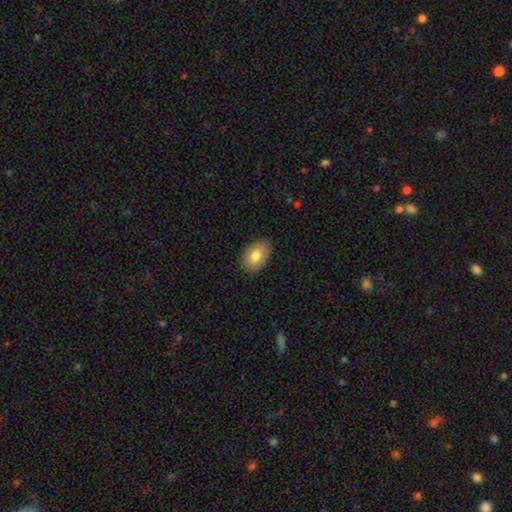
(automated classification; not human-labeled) smooth_or_featured: smooth (p=0.79) [alt: featured or disk p=0.14]
how_rounded: in between (p=0.89) [alt: round p=0.10]
merging: none (p=0.84) [alt: minor disturbance p=0.12]